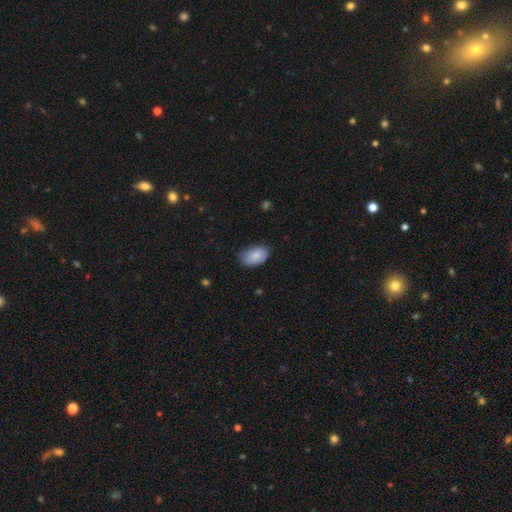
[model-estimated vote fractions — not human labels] Q: Smooth or featured?
A: smooth (82%); runner-up: featured or disk (12%)
Q: How rounded?
A: in between (92%); runner-up: round (7%)
Q: Merging?
A: none (70%); runner-up: minor disturbance (25%)